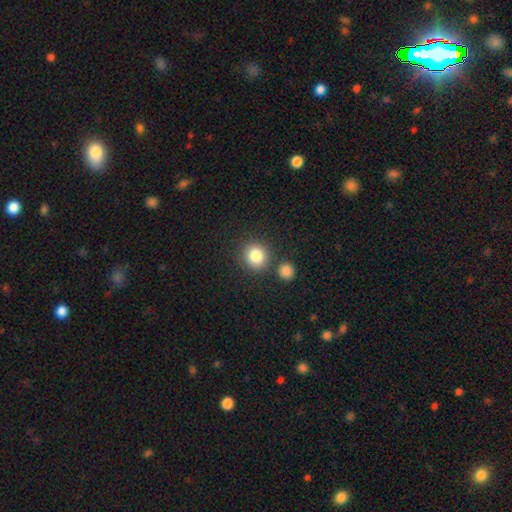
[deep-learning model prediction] This is clearly a smooth galaxy (84%). How rounded: clearly round (89%). Merging: likely none (79%).